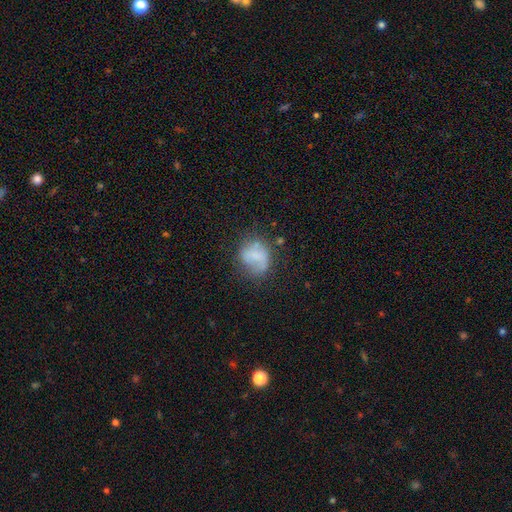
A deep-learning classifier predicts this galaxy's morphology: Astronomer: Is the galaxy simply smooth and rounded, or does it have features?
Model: smooth — 58%.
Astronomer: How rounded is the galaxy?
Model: round — 67%.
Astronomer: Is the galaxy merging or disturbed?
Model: none — 46% (runner-up: minor disturbance, 27%).